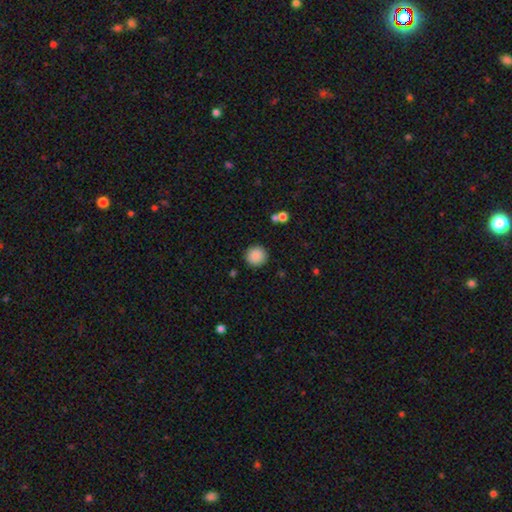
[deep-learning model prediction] Smooth or featured?
  - smooth: 88% *
  - star or artifact: 8%
  - featured or disk: 3%
How rounded?
  - round: 95% *
  - in between: 4%
  - cigar-shaped: 1%
Merging?
  - none: 91% *
  - minor disturbance: 6%
  - major disturbance: 2%
  - merger: 2%